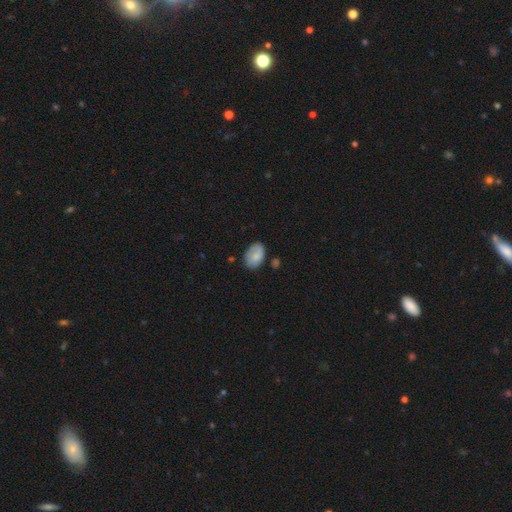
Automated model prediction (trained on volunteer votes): Smooth or featured? Predicted: smooth (p=0.73). How rounded? Predicted: in between (p=0.86). Merging? Predicted: none (p=0.67).